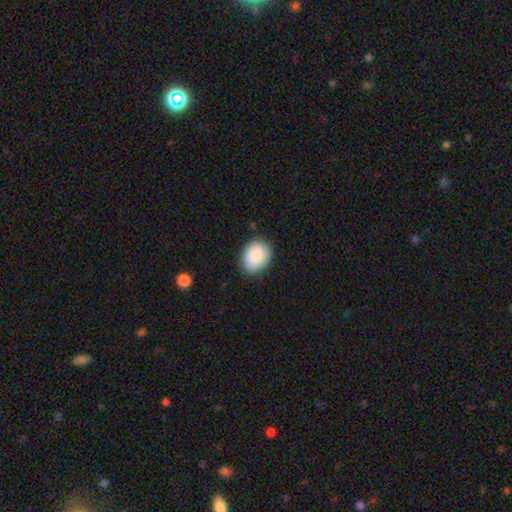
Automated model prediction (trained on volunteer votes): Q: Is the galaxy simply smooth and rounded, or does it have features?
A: smooth — 87%.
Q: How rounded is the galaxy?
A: in between — 63%.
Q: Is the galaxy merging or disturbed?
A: none — 83%.